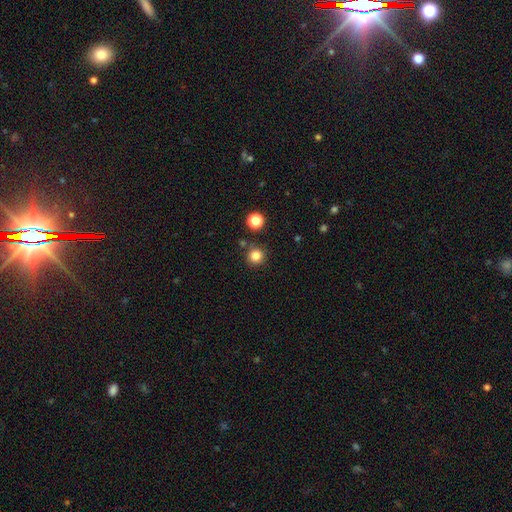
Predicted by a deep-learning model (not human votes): This is clearly a smooth galaxy (83%). How rounded: clearly round (94%). Merging: clearly none (84%).